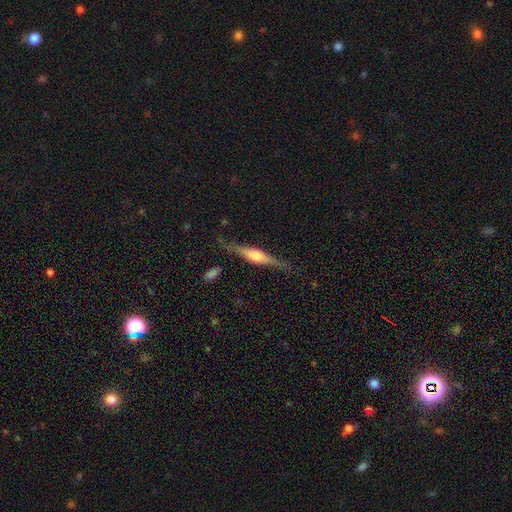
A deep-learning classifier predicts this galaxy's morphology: A featured or disk galaxy (72%) viewed edge-on (97%) with a rounded central bulge (71%).

Vote fractions:
- Smooth or featured? featured or disk: 72% / smooth: 22% / star or artifact: 6%
- Edge-on disk? yes: 97% / no: 3%
- Edge-on bulge? rounded: 71% / boxy: 25% / none: 4%
- Merging? none: 81% / minor disturbance: 13% / major disturbance: 4% / merger: 2%